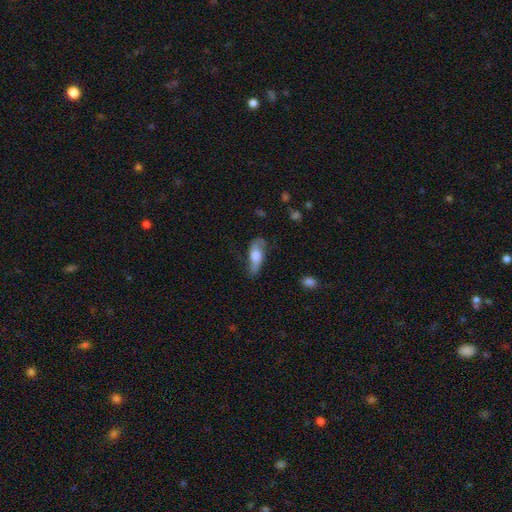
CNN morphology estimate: smooth-or-featured: smooth: 51% | featured or disk: 43% | star or artifact: 6%
  how-rounded: in between: 62% | cigar-shaped: 34% | round: 4%
  merging: none: 60% | minor disturbance: 27% | major disturbance: 10% | merger: 2%